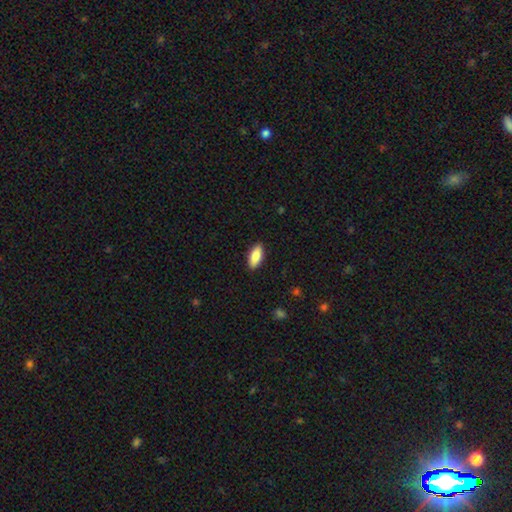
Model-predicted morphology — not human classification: Smooth or featured? smooth (86%)
How rounded? in between (85%)
Merging? none (90%)